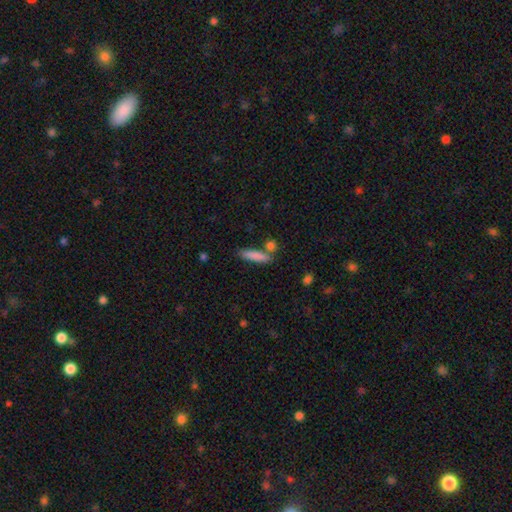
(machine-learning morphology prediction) Smooth or featured: smooth — 83% (featured or disk — 10%)
How rounded: cigar-shaped — 77% (in between — 20%)
Merging: none — 72% (merger — 13%)